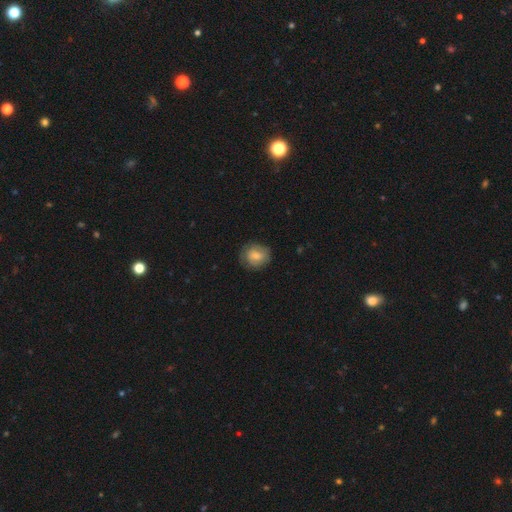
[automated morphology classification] Q: Smooth or featured?
A: smooth (71%); runner-up: featured or disk (22%)
Q: How rounded?
A: round (75%); runner-up: in between (24%)
Q: Merging?
A: none (76%); runner-up: minor disturbance (18%)